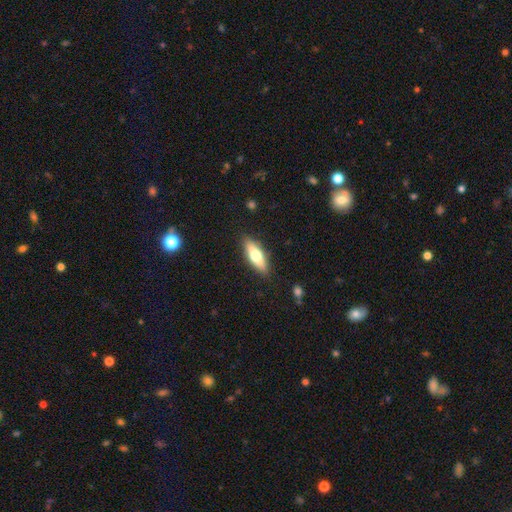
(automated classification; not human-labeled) Morphology: type=smooth (62%); roundness=in between (57%); merging=none (87%).